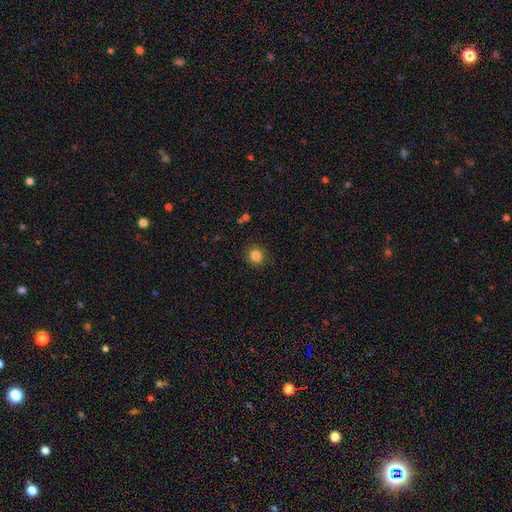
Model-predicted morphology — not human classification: smooth_or_featured: smooth (p=0.84) [alt: star or artifact p=0.12]
how_rounded: round (p=0.85) [alt: in between p=0.14]
merging: none (p=0.90) [alt: minor disturbance p=0.07]